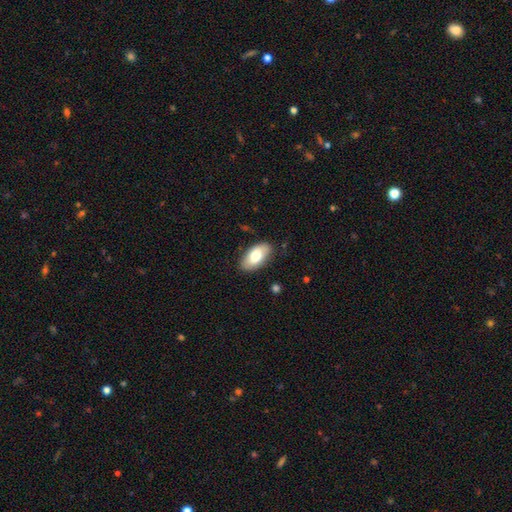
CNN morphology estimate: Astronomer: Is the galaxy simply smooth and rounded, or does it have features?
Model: smooth — 74%.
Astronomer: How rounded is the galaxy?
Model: in between — 94%.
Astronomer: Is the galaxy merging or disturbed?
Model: none — 83%.